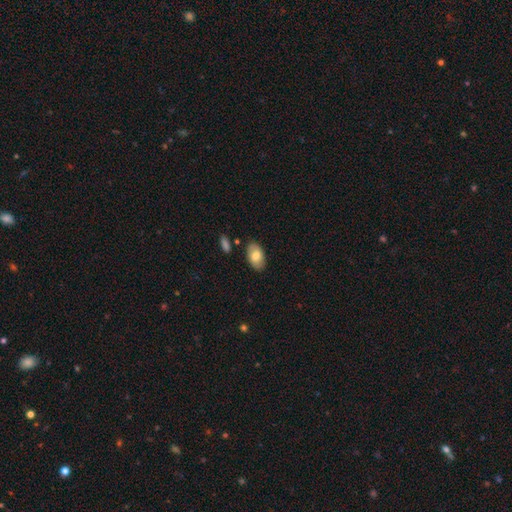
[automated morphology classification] A smooth galaxy with no disk features (77%) that is in between round and cigar-shaped (94%).

Vote fractions:
- Smooth or featured? smooth: 77% / featured or disk: 16% / star or artifact: 6%
- How rounded? in between: 94% / round: 5% / cigar-shaped: 2%
- Merging? none: 84% / minor disturbance: 11% / merger: 3% / major disturbance: 2%